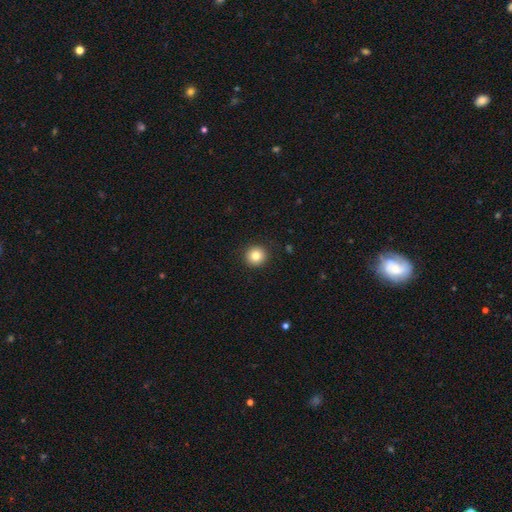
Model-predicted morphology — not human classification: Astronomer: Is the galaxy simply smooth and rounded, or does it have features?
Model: smooth — 83%.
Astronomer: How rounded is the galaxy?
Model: round — 94%.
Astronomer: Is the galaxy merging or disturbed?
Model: none — 92%.